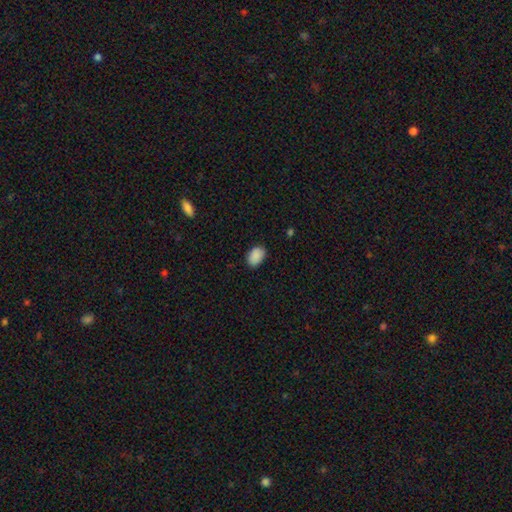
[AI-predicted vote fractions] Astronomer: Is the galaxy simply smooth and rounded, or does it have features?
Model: smooth — 89%.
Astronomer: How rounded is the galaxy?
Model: in between — 85%.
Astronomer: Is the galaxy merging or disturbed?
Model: none — 83%.